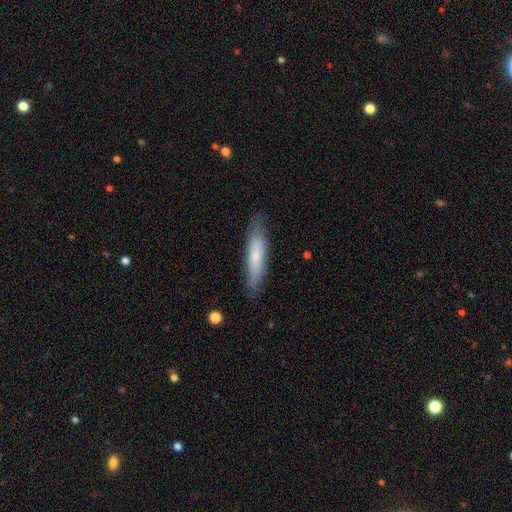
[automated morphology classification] A smooth galaxy with no disk features (67%) that is cigar-shaped (80%). Merging: none (81%).